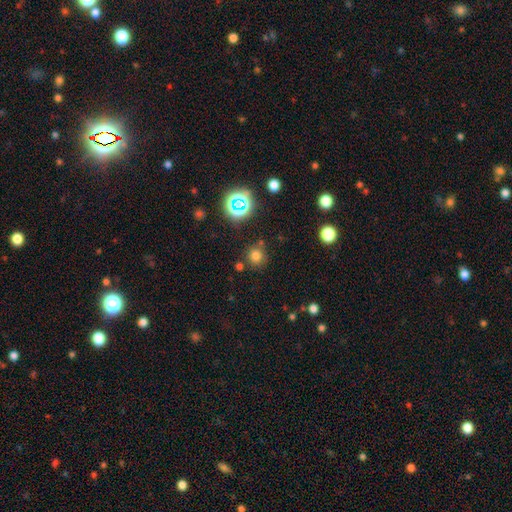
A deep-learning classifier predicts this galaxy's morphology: This is likely a smooth galaxy (70%). How rounded: clearly round (92%). Merging: likely none (78%).